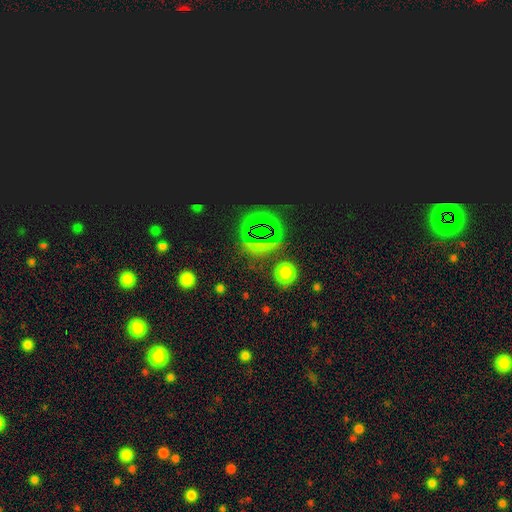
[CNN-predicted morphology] A star or artifact, not a galaxy (61%).

Vote fractions:
- Smooth or featured? star or artifact: 61% / smooth: 21% / featured or disk: 18%